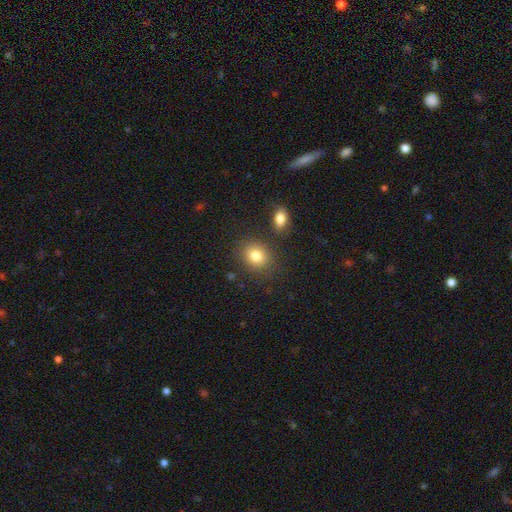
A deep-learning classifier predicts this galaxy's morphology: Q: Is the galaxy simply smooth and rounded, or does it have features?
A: smooth — 81%.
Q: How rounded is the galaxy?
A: round — 60%.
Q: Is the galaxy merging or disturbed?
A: none — 81%.